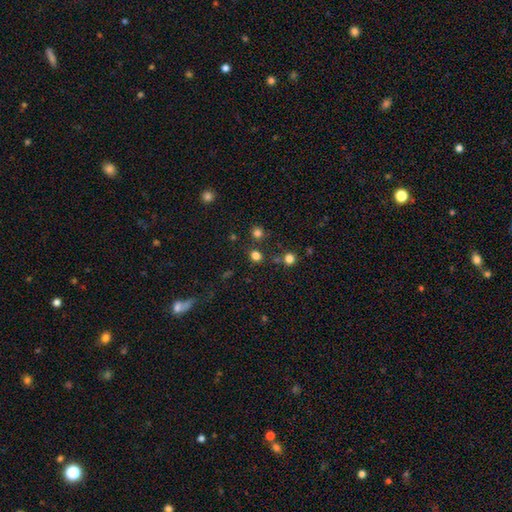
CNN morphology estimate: Smooth or featured?
  - smooth: 75% *
  - star or artifact: 20%
  - featured or disk: 5%
How rounded?
  - round: 83% *
  - in between: 16%
  - cigar-shaped: 1%
Merging?
  - none: 80% *
  - merger: 9%
  - minor disturbance: 8%
  - major disturbance: 3%